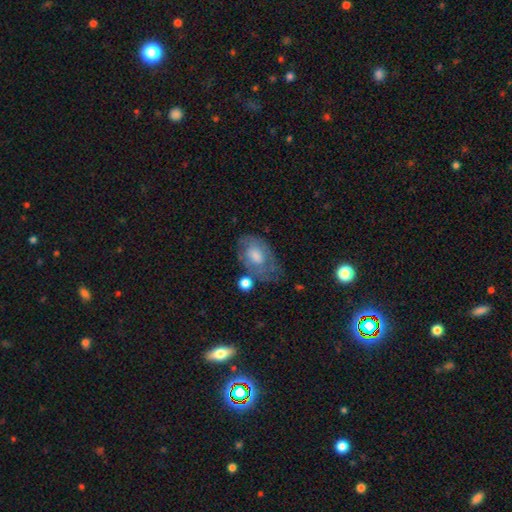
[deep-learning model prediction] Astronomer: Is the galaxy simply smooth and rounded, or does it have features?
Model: featured or disk — 50% (runner-up: smooth, 41%).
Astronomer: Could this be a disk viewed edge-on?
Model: no — 94%.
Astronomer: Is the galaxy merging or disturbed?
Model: none — 49% (runner-up: minor disturbance, 27%).